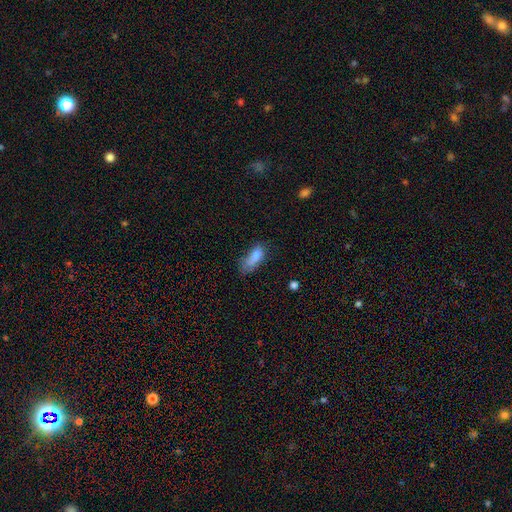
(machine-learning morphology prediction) smooth_or_featured: smooth (p=0.78) [alt: featured or disk p=0.12]
how_rounded: in between (p=0.76) [alt: cigar-shaped p=0.21]
merging: none (p=0.36) [alt: minor disturbance p=0.33]